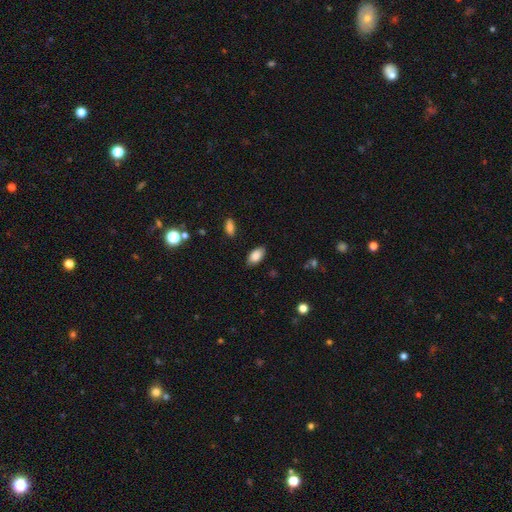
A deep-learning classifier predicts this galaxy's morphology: Overall: smooth (86%). How rounded: in between (94%). Merging: none (84%).